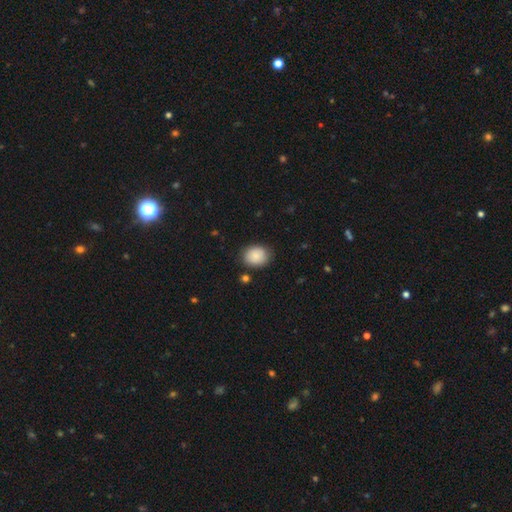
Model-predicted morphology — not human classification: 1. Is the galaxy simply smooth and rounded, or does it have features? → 86% smooth, 7% star or artifact, 6% featured or disk.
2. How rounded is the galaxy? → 52% round, 47% in between, 1% cigar-shaped.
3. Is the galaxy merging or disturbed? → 80% none, 14% minor disturbance, 3% major disturbance, 2% merger.